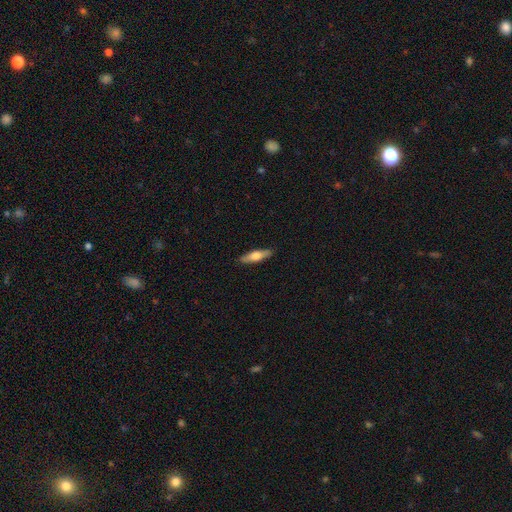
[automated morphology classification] The model was most divided on "smooth or featured": smooth: 55%, featured or disk: 39%, star or artifact: 6%. More confident: merging — none (88%); how rounded — cigar-shaped (64%).